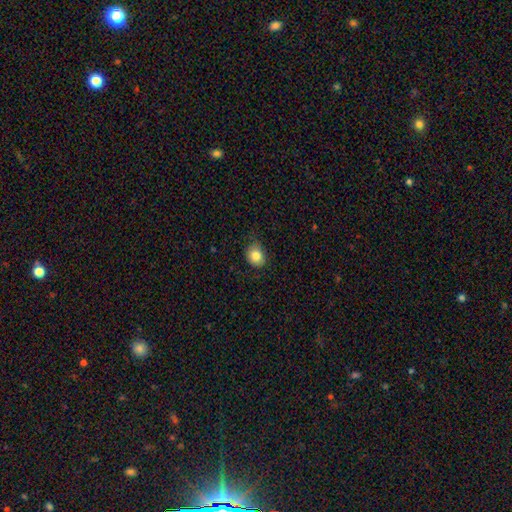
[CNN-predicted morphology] This appears to be a smooth galaxy with no disk features (82%) that is round (56%). Merging: none (74%).